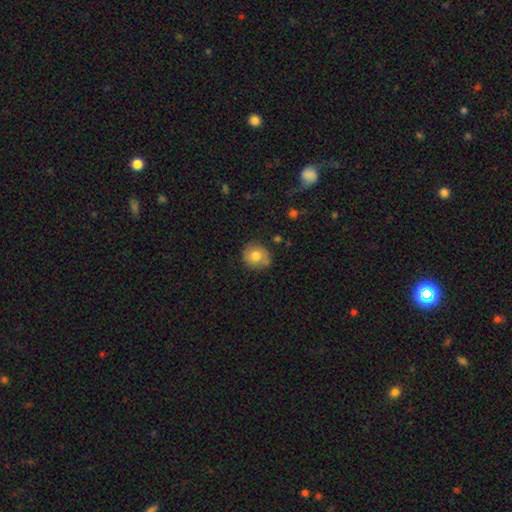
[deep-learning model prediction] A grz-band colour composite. It shows a smooth galaxy with no disk features (76%) that is round (81%). Merging: none (78%).